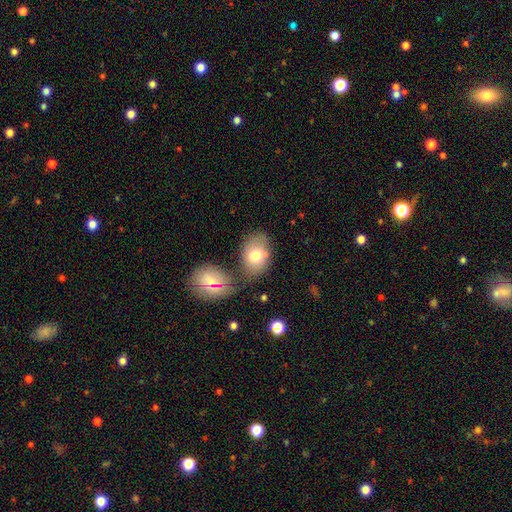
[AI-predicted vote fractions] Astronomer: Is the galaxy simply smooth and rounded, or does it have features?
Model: smooth — 76%.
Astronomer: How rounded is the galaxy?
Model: in between — 77%.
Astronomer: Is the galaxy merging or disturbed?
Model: none — 59%.